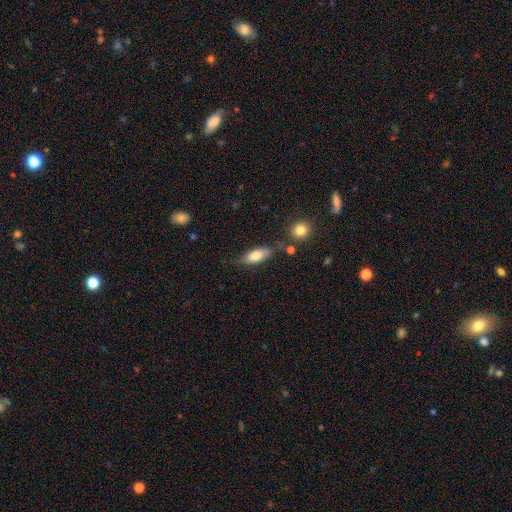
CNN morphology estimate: smooth 76%, featured or disk 17%, star or artifact 7%. Down the decision tree: how rounded — in between (80%); merging — none (66%).